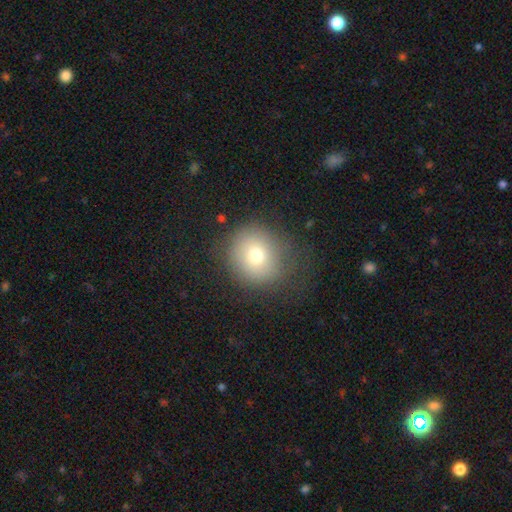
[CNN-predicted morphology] The model was most divided on "smooth or featured": smooth: 72%, star or artifact: 14%, featured or disk: 14%. More confident: how rounded — round (87%); merging — none (76%).